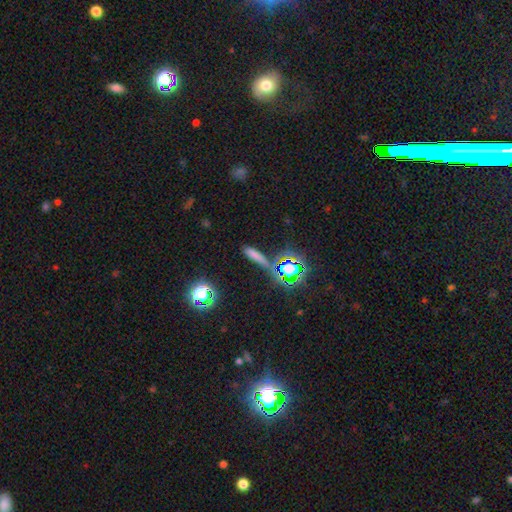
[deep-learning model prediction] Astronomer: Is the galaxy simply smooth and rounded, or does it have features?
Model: smooth — 61%.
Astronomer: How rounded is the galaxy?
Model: cigar-shaped — 74%.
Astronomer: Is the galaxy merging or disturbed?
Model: none — 69%.